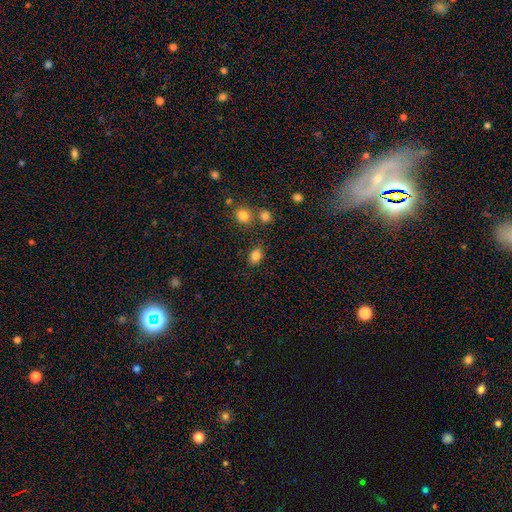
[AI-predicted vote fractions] Smooth or featured?
  - smooth: 83% *
  - star or artifact: 11%
  - featured or disk: 6%
How rounded?
  - in between: 69% *
  - round: 30%
  - cigar-shaped: 1%
Merging?
  - none: 80% *
  - minor disturbance: 12%
  - merger: 5%
  - major disturbance: 3%